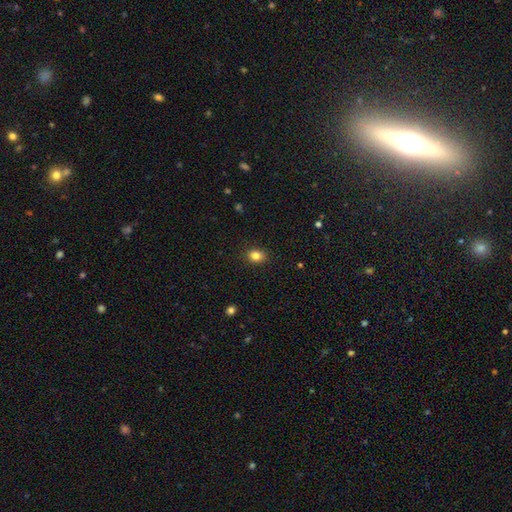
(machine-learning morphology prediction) smooth 83%, star or artifact 11%, featured or disk 6%. Down the decision tree: how rounded — in between (53%); merging — none (89%).